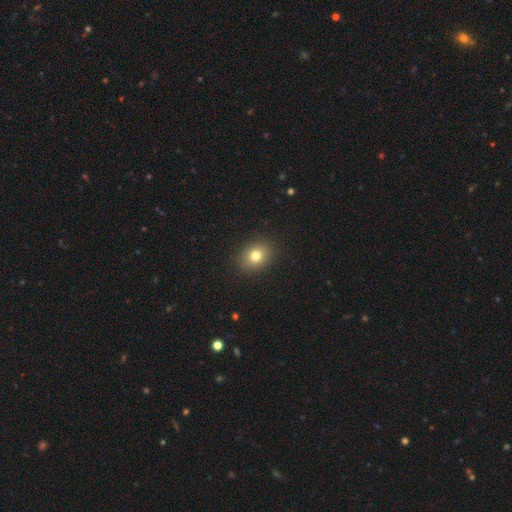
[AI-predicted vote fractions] A smooth galaxy with no disk features (78%) that is round (54%). Merging: none (90%).